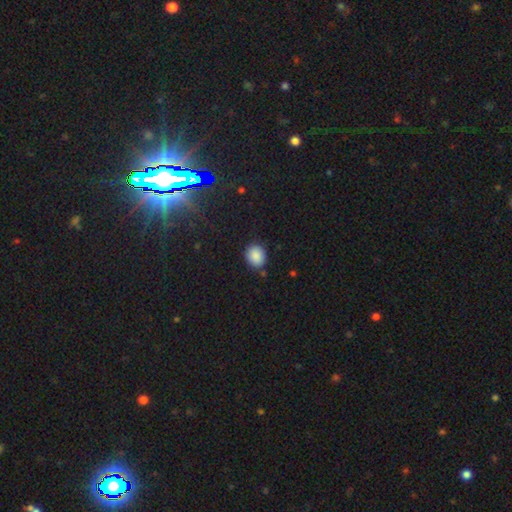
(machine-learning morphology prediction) smooth 87%, star or artifact 9%, featured or disk 4%. Down the decision tree: how rounded — round (70%); merging — none (83%).